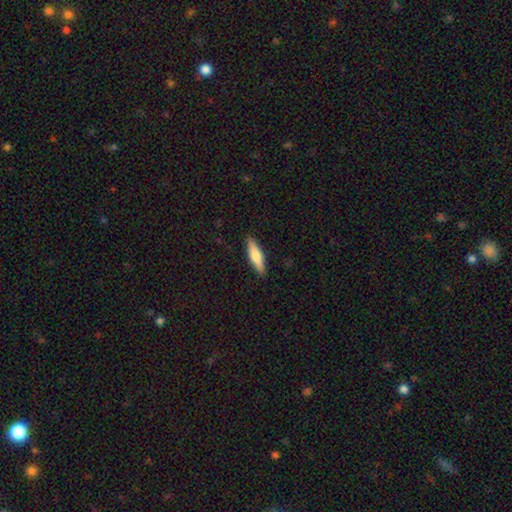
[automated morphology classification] This appears to be a smooth galaxy with no disk features (64%) that is cigar-shaped (70%). Merging: none (89%).